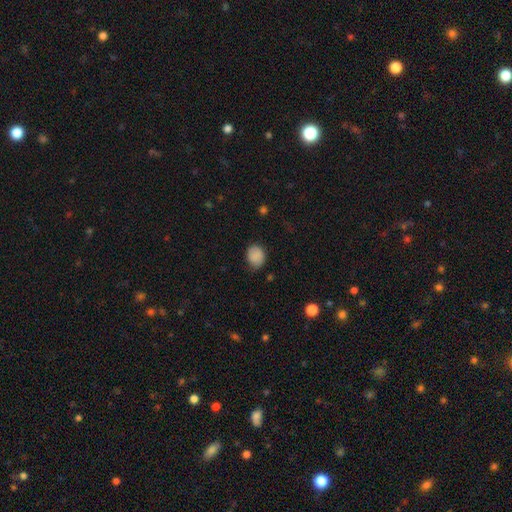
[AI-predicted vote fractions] This is clearly a smooth galaxy (86%). How rounded: possibly round (51%). Merging: likely none (72%).